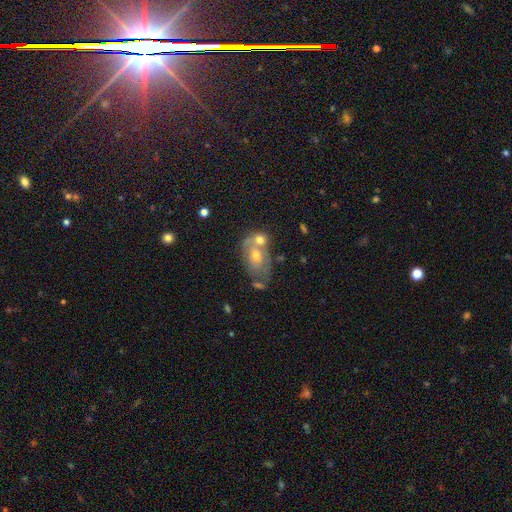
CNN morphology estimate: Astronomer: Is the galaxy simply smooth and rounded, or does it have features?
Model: featured or disk — 46%, tied with smooth at 46%.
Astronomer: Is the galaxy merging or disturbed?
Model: merger — 54%.